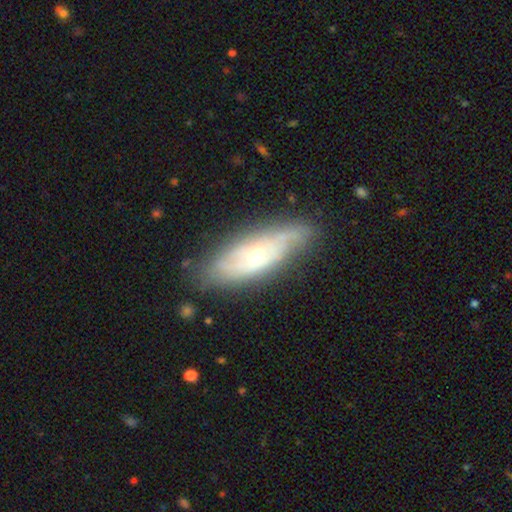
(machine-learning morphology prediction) A featured or disk galaxy (69%) with no bar (74%), spiral arms (78%) and a small central bulge (48%). Merging: none (72%).